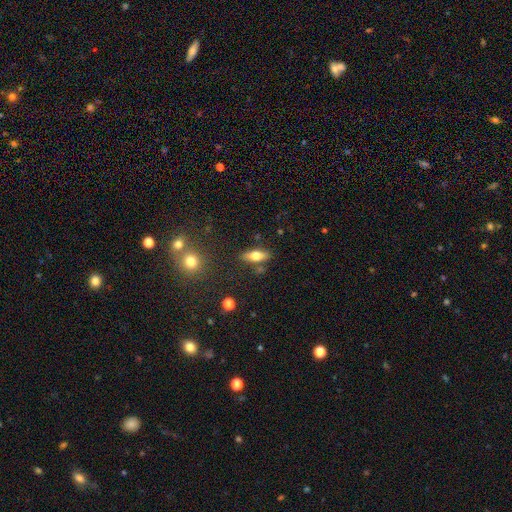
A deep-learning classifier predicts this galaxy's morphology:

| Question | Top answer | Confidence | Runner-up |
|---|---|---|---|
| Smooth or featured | smooth | 62% | featured or disk (30%) |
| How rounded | in between | 70% | cigar-shaped (26%) |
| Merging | none | 80% | minor disturbance (12%) |